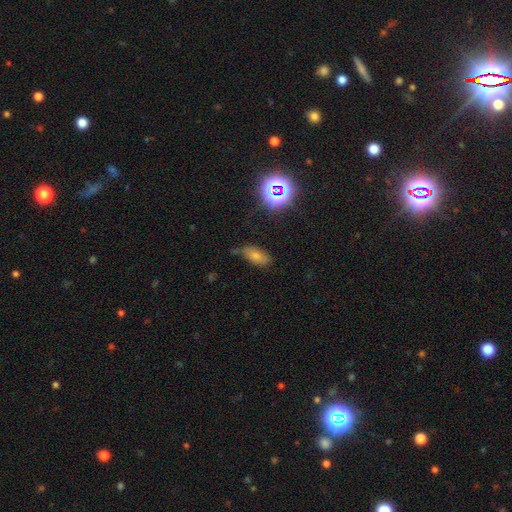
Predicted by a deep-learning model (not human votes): smooth_or_featured: smooth (p=0.70) [alt: star or artifact p=0.18]
how_rounded: in between (p=0.89) [alt: cigar-shaped p=0.07]
merging: none (p=0.60) [alt: minor disturbance p=0.27]